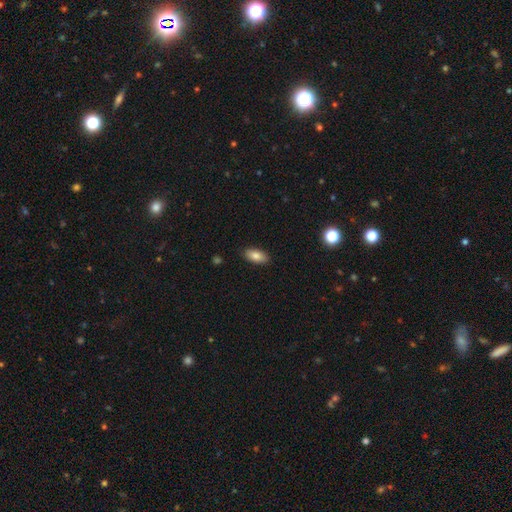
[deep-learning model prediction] Smooth or featured: smooth — 83% (featured or disk — 10%)
How rounded: in between — 88% (cigar-shaped — 9%)
Merging: none — 88% (minor disturbance — 9%)